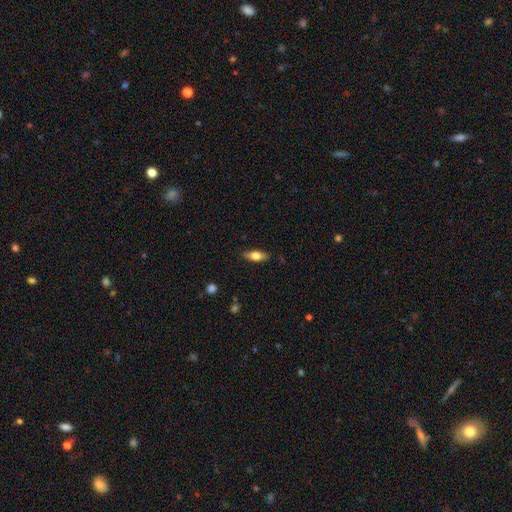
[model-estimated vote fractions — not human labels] A smooth galaxy with no disk features (66%) that is in between round and cigar-shaped (72%). Merging: none (85%).